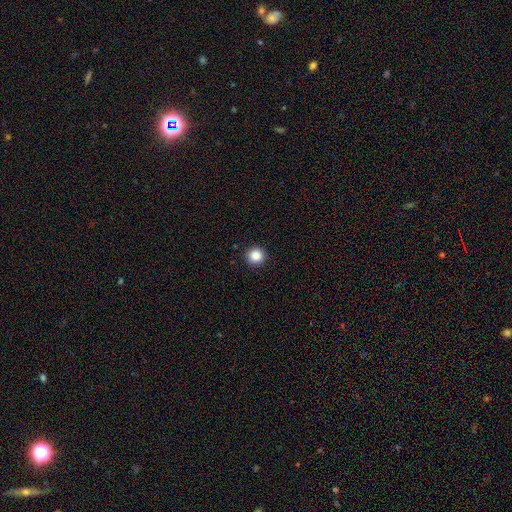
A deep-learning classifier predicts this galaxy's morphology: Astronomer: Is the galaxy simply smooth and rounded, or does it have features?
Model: smooth — 87%.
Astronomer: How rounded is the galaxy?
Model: round — 95%.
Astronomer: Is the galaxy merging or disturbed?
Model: none — 93%.